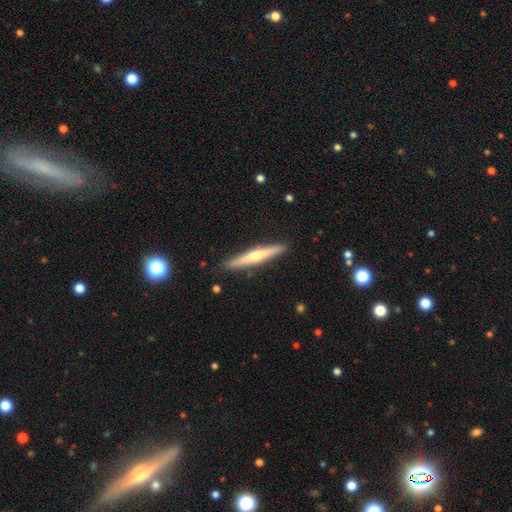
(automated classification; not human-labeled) Smooth or featured: featured or disk — 59% (smooth — 35%)
Edge-on disk: yes — 96% (no — 4%)
Edge-on bulge: rounded — 84% (none — 13%)
Merging: none — 90% (minor disturbance — 7%)